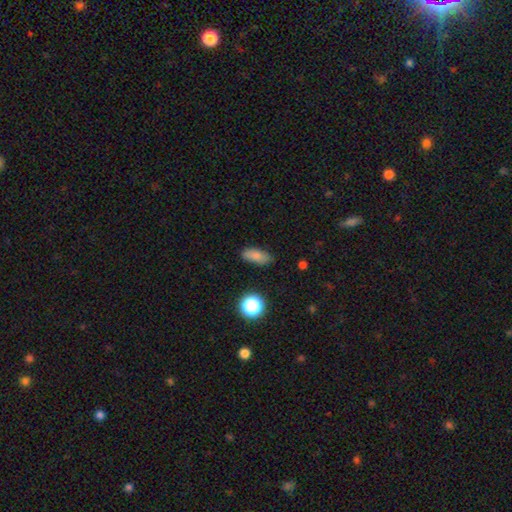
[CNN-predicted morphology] This is likely a smooth galaxy (80%). How rounded: likely in between (78%). Merging: likely none (78%).